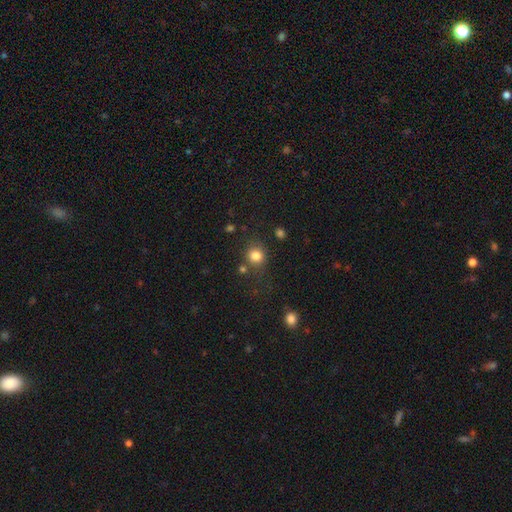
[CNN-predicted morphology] Q: Smooth or featured?
A: smooth (82%); runner-up: star or artifact (12%)
Q: How rounded?
A: round (84%); runner-up: in between (15%)
Q: Merging?
A: none (75%); runner-up: minor disturbance (12%)